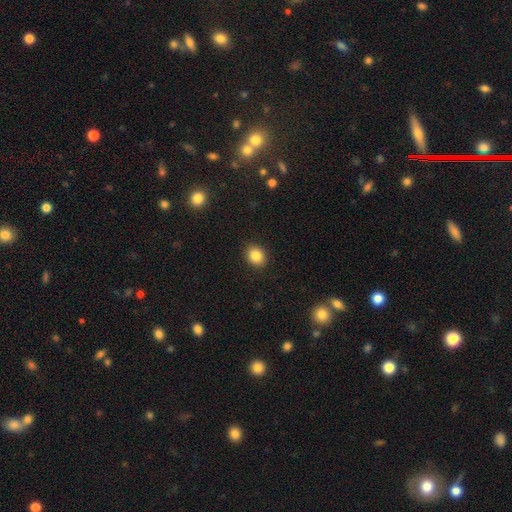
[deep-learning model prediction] Smooth or featured? Predicted: smooth (p=0.85). How rounded? Predicted: round (p=0.59). Merging? Predicted: none (p=0.90).